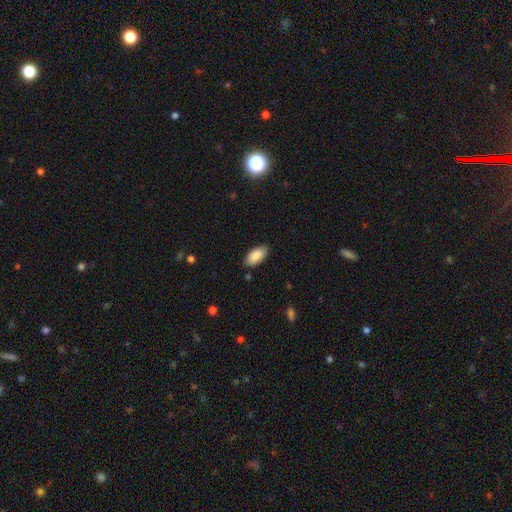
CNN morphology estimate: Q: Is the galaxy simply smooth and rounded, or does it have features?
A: smooth — 89%.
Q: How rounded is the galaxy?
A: in between — 93%.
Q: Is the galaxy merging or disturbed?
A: none — 85%.